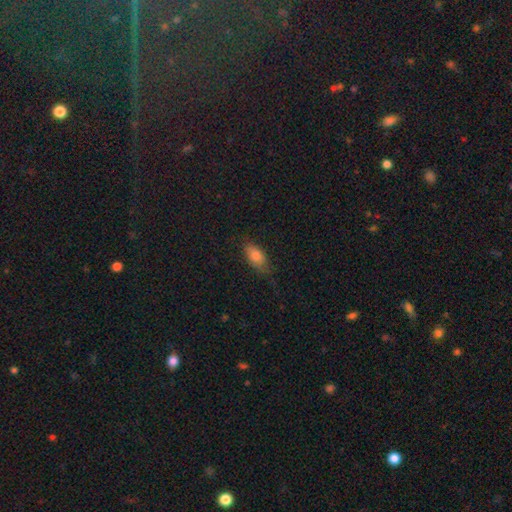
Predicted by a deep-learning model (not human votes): smooth 78%, featured or disk 15%, star or artifact 8%. Down the decision tree: how rounded — in between (87%); merging — none (70%).